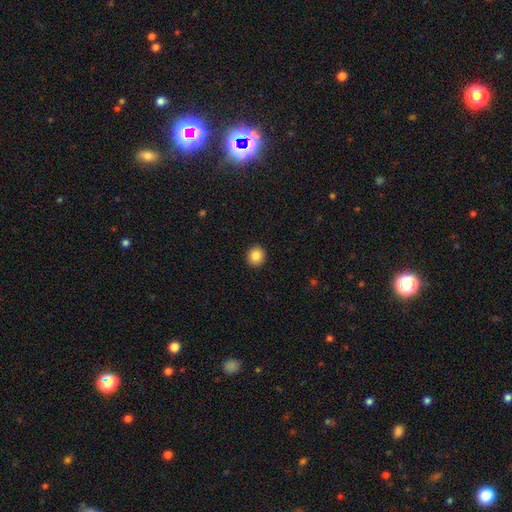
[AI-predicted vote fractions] This appears to be a smooth galaxy with no disk features (86%) that is round (88%). Merging: none (93%).